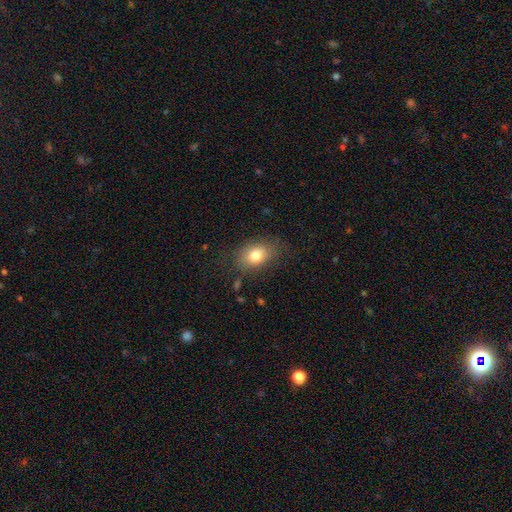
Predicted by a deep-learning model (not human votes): smooth 78%, featured or disk 12%, star or artifact 10%. Down the decision tree: how rounded — in between (76%); merging — none (77%).